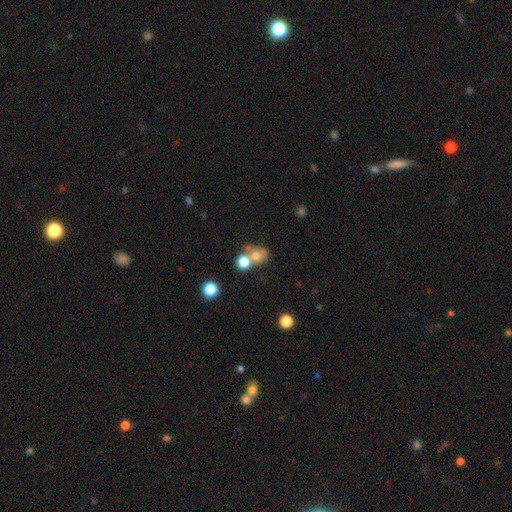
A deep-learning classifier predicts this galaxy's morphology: The model was most divided on "merging": merger: 47%, none: 36%, minor disturbance: 11%, major disturbance: 7%. More confident: smooth or featured — smooth (70%); how rounded — round (67%).